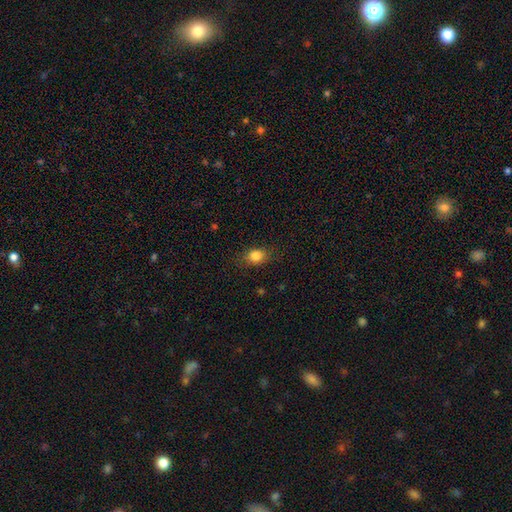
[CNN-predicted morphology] Overall: smooth (83%). How rounded: in between (59%; round 39%). Merging: none (83%).